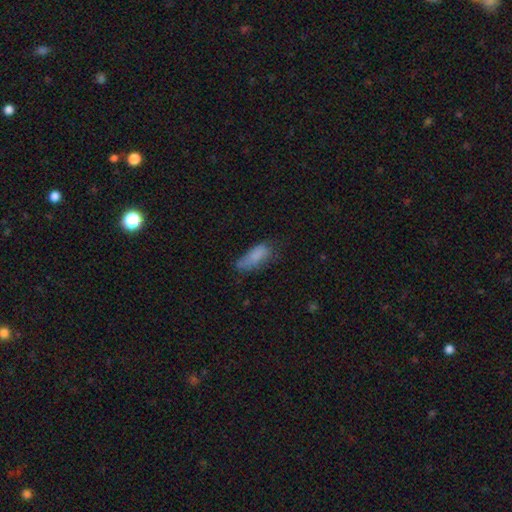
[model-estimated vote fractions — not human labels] Smooth or featured: smooth — 80% (featured or disk — 11%)
How rounded: in between — 75% (cigar-shaped — 22%)
Merging: none — 46% (minor disturbance — 35%)